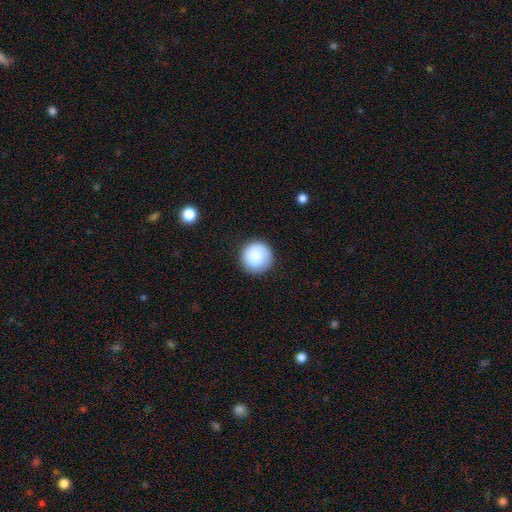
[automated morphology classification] Q: Smooth or featured?
A: smooth (84%); runner-up: featured or disk (9%)
Q: How rounded?
A: round (96%); runner-up: in between (4%)
Q: Merging?
A: none (89%); runner-up: minor disturbance (8%)